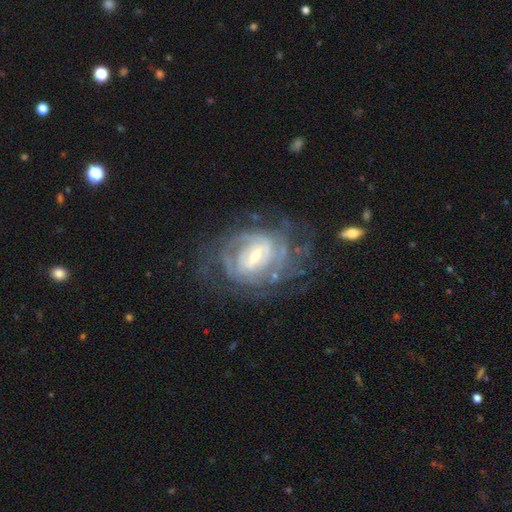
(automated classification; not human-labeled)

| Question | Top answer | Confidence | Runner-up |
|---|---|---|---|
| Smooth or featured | featured or disk | 87% | smooth (7%) |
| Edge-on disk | no | 97% | yes (3%) |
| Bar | weak | 51% | strong (32%) |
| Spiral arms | yes | 93% | no (7%) |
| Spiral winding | tight | 67% | medium (26%) |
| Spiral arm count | can't tell | 43% | 2 (23%) |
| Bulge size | small | 54% | moderate (39%) |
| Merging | none | 65% | minor disturbance (18%) |